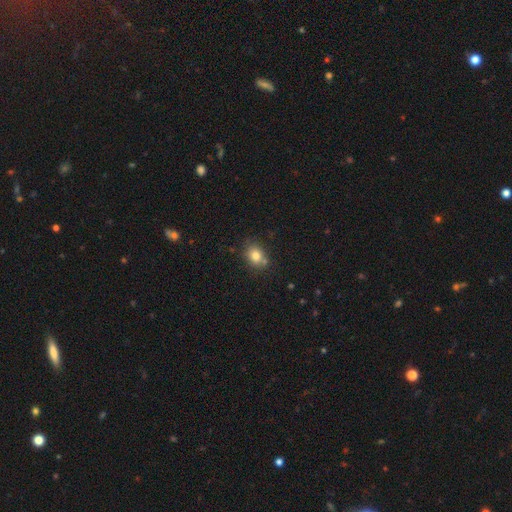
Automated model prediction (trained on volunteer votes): smooth-or-featured: smooth: 80% | star or artifact: 11% | featured or disk: 9%
  how-rounded: round: 53% | in between: 46% | cigar-shaped: 1%
  merging: none: 70% | minor disturbance: 16% | merger: 10% | major disturbance: 4%